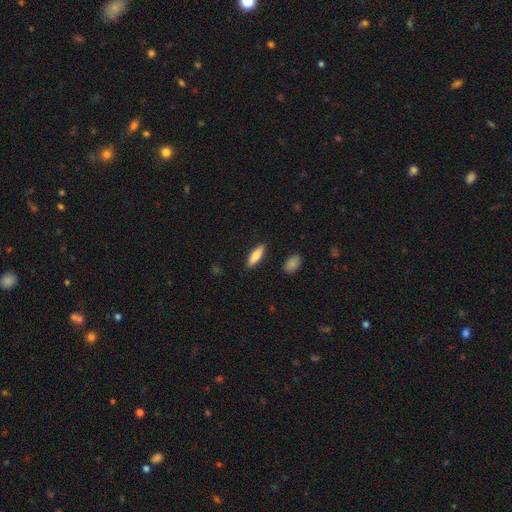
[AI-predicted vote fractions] Morphology: type=smooth (75%); roundness=cigar-shaped (57%); merging=none (89%).